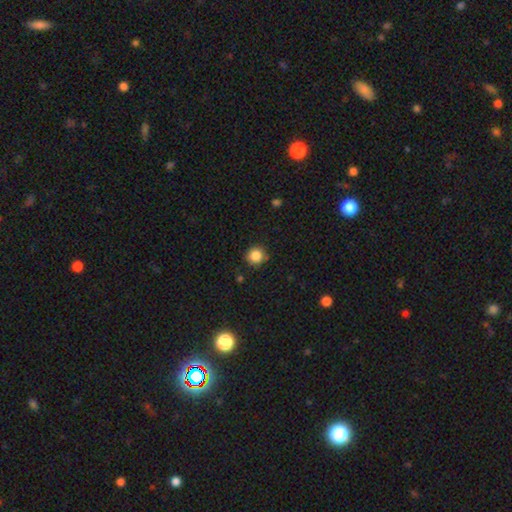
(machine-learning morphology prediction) type=smooth (85%); roundness=round (92%); merging=none (84%).